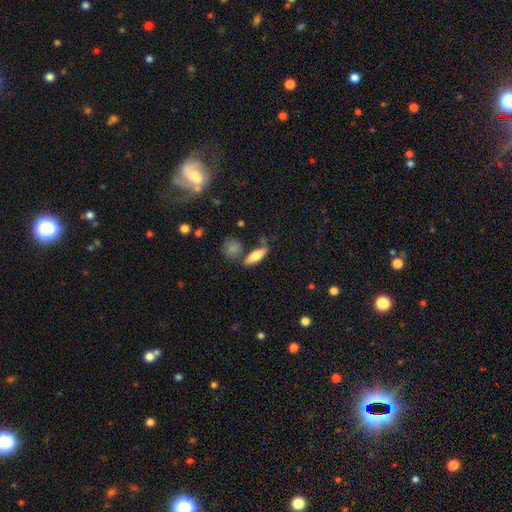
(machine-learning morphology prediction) Smooth or featured? Predicted: smooth (p=0.66). How rounded? Predicted: in between (p=0.48, tied with cigar-shaped). Merging? Predicted: none (p=0.71).